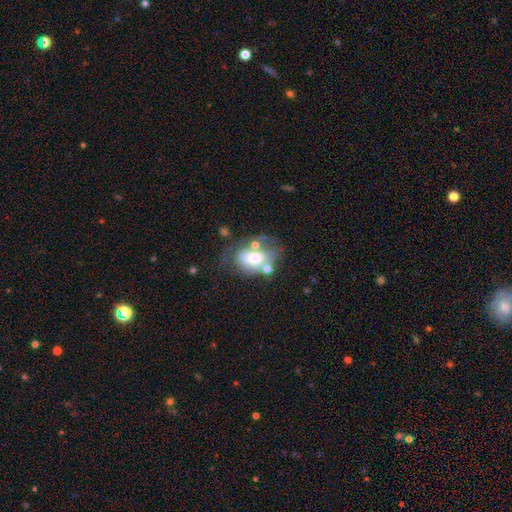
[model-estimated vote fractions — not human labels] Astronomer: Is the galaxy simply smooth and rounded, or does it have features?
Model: smooth — 51% (runner-up: featured or disk, 39%).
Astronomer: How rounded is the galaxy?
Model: in between — 72%.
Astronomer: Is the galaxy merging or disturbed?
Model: none — 35% (runner-up: minor disturbance, 25%).